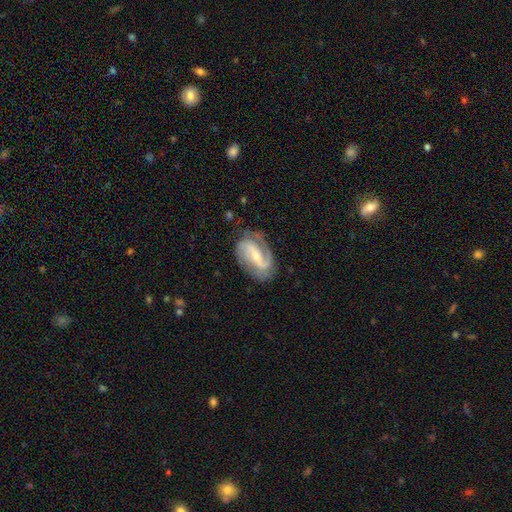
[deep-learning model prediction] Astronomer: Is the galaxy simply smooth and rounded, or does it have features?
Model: featured or disk — 87%.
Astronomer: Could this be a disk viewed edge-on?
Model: no — 97%.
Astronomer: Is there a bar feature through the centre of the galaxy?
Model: weak — 41% (runner-up: strong, 36%).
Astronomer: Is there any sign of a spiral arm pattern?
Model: yes — 96%.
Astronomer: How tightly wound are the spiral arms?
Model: medium — 47% (runner-up: loose, 27%).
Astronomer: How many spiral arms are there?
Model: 2 — 86%.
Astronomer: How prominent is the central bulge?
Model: small — 58% (runner-up: moderate, 38%).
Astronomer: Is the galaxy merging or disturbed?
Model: none — 75%.